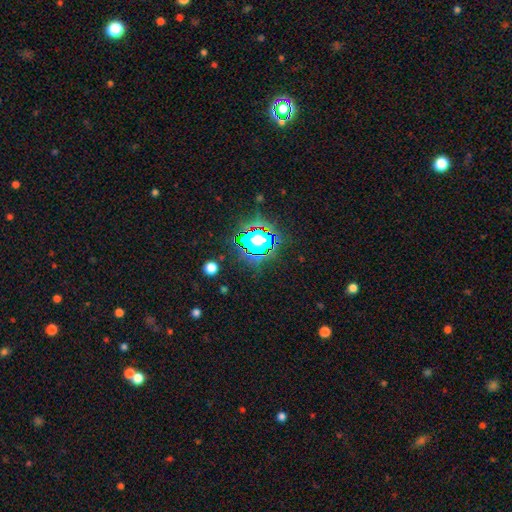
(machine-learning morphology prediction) Smooth or featured?
  - star or artifact: 69% *
  - smooth: 20%
  - featured or disk: 11%